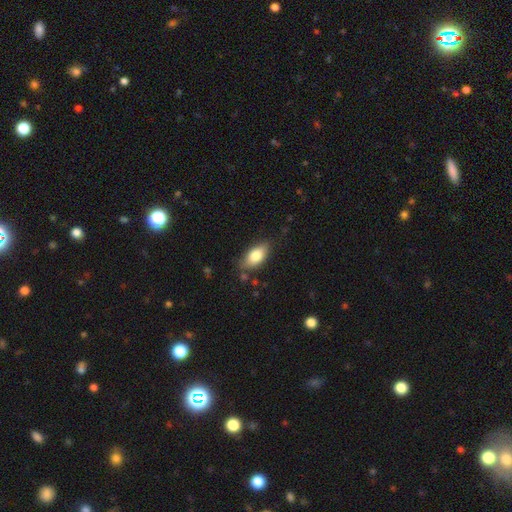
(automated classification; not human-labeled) smooth_or_featured: smooth (p=0.79) [alt: featured or disk p=0.14]
how_rounded: in between (p=0.89) [alt: cigar-shaped p=0.07]
merging: none (p=0.76) [alt: minor disturbance p=0.18]